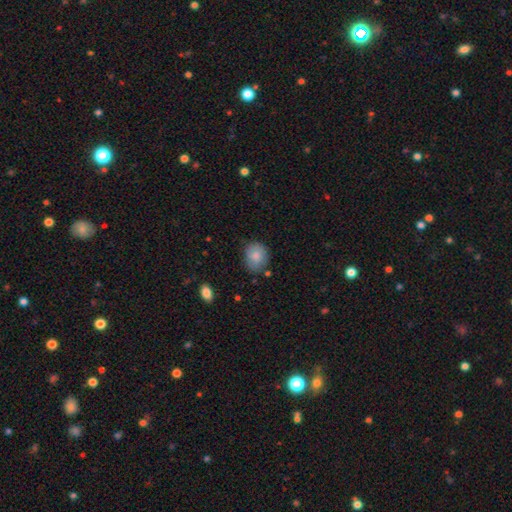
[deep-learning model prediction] Morphology: type=smooth (82%); roundness=round (55%); merging=none (74%).